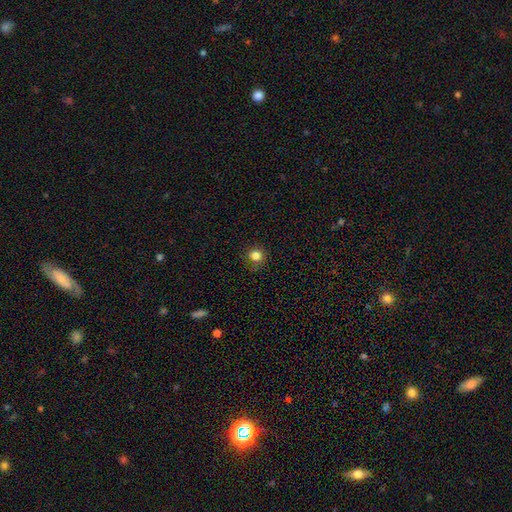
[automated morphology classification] Smooth or featured: smooth — 82% (star or artifact — 13%)
How rounded: round — 88% (in between — 11%)
Merging: none — 82% (minor disturbance — 13%)